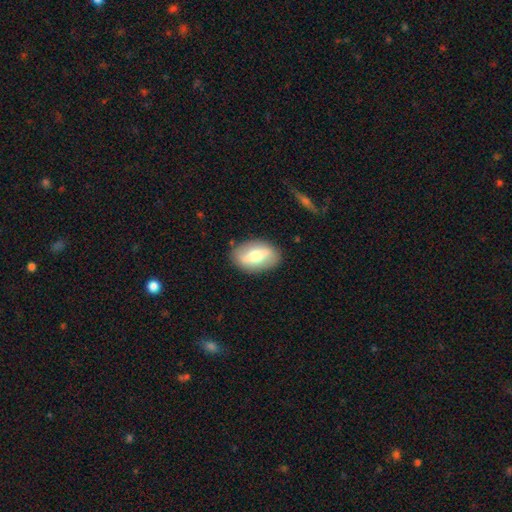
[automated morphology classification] Smooth or featured? Predicted: smooth (p=0.49). Merging? Predicted: none (p=0.85).